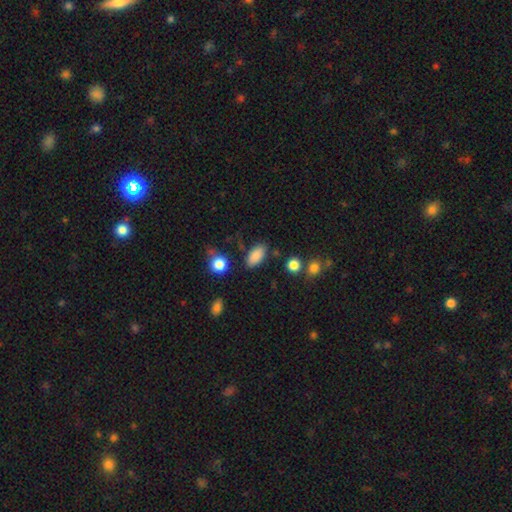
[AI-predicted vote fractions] smooth_or_featured: smooth (p=0.87) [alt: star or artifact p=0.09]
how_rounded: in between (p=0.91) [alt: round p=0.05]
merging: none (p=0.80) [alt: minor disturbance p=0.13]